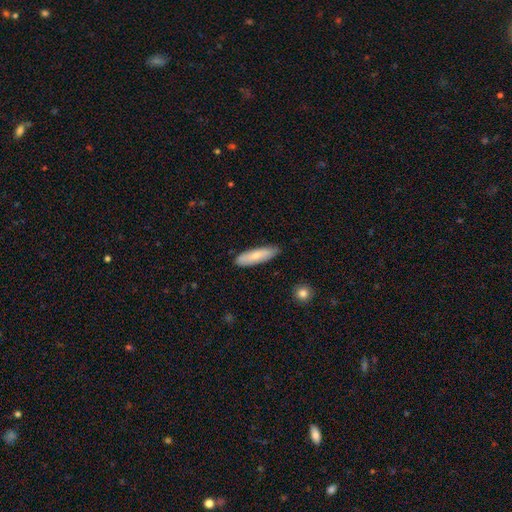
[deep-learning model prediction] This is likely a smooth galaxy (75%). How rounded: likely cigar-shaped (60%). Merging: clearly none (86%).